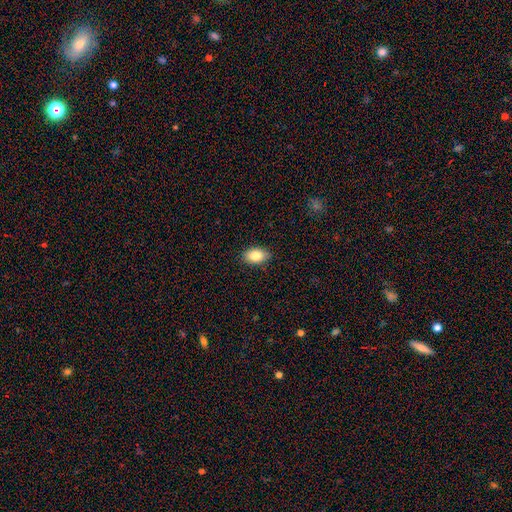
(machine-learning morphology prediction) Smooth or featured: smooth — 85% (featured or disk — 8%)
How rounded: in between — 89% (round — 10%)
Merging: none — 88% (minor disturbance — 9%)